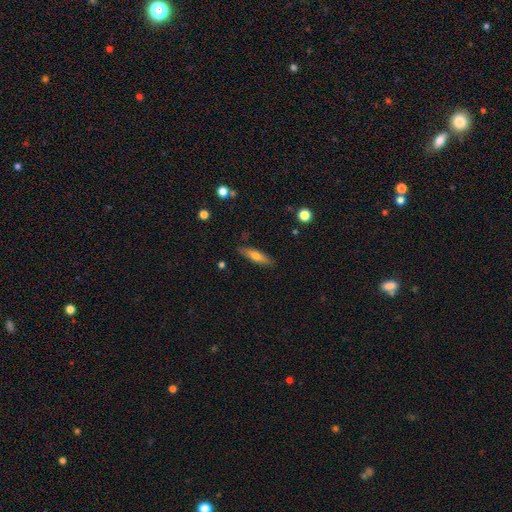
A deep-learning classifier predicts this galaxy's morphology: This appears to be a smooth galaxy with no disk features (62%) that is cigar-shaped (74%). Merging: none (86%).